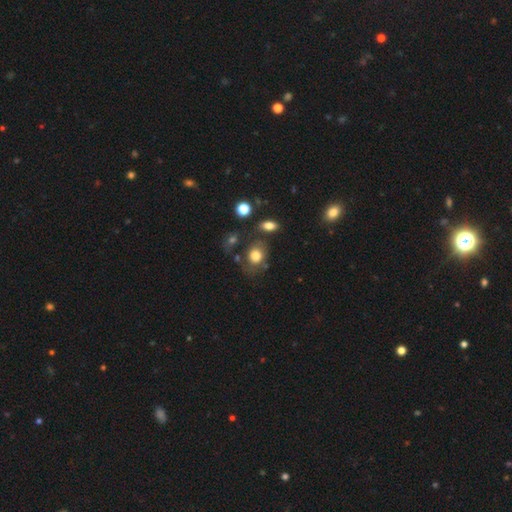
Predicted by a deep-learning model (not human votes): Morphology: type=smooth (78%); roundness=round (52%); merging=none (60%).